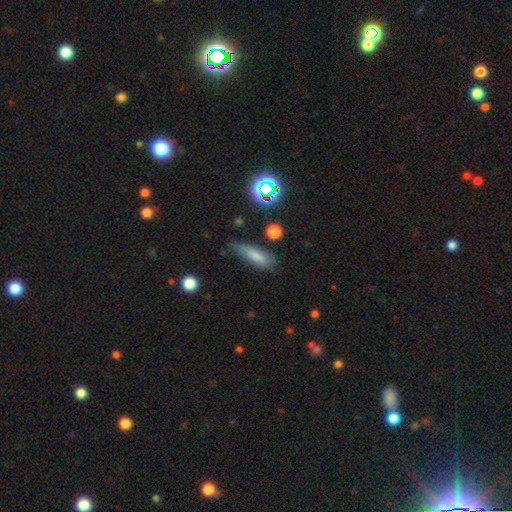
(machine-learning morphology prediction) smooth 75%, featured or disk 13%, star or artifact 12%. Down the decision tree: how rounded — cigar-shaped (54%); merging — none (64%).